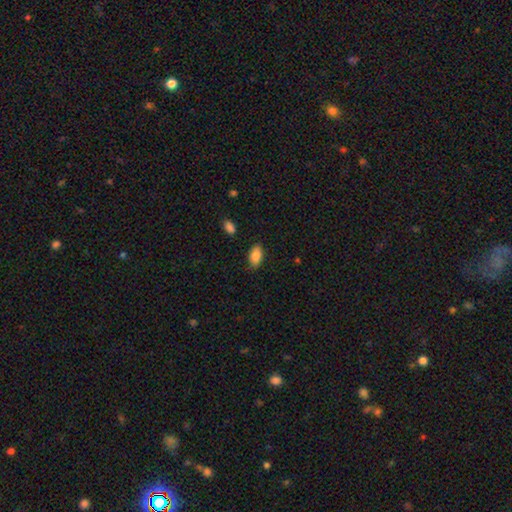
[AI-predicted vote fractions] The model was most divided on "merging": none: 85%, minor disturbance: 11%, major disturbance: 2%, merger: 2%. More confident: how rounded — in between (91%); smooth or featured — smooth (85%).